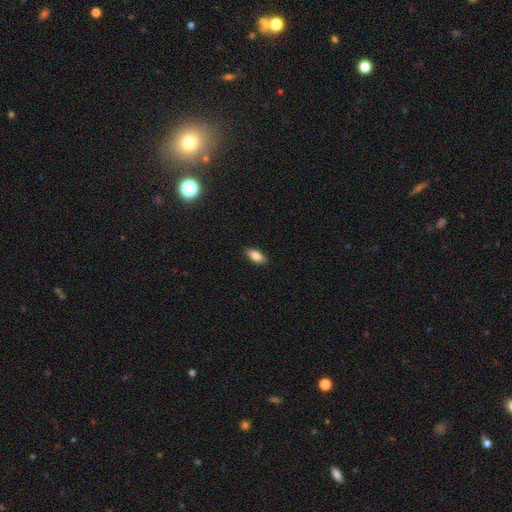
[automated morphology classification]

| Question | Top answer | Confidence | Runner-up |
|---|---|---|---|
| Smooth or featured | smooth | 84% | featured or disk (9%) |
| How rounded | in between | 86% | cigar-shaped (12%) |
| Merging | none | 86% | minor disturbance (11%) |